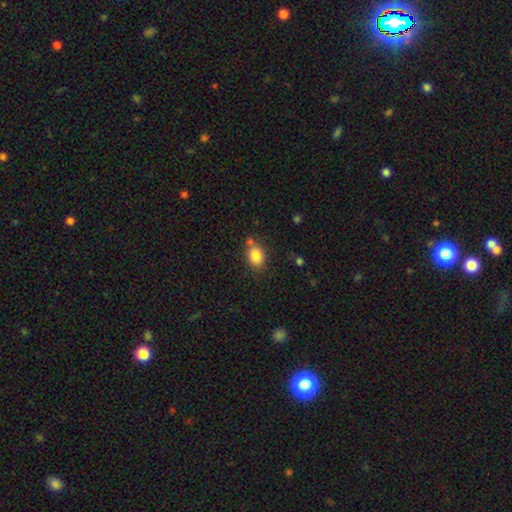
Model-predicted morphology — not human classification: Smooth or featured? smooth (85%)
How rounded? in between (70%)
Merging? none (69%)